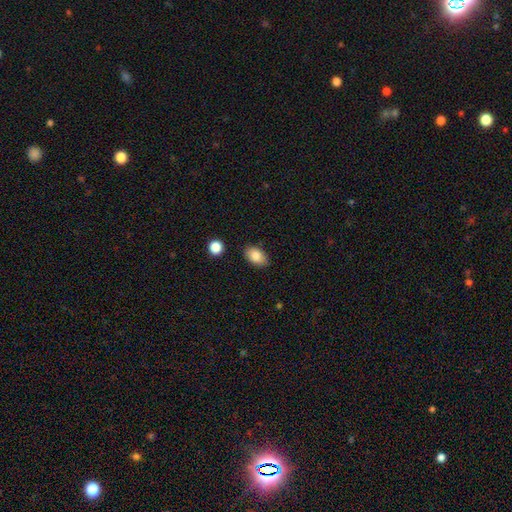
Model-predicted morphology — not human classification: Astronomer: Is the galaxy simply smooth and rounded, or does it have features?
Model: smooth — 85%.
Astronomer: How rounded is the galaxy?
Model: in between — 90%.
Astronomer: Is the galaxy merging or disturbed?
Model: none — 86%.